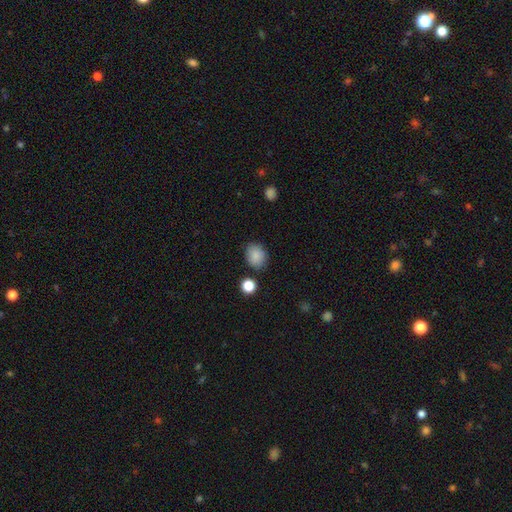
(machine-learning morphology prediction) Smooth or featured: smooth — 86% (star or artifact — 9%)
How rounded: round — 51% (in between — 48%)
Merging: none — 82% (minor disturbance — 12%)